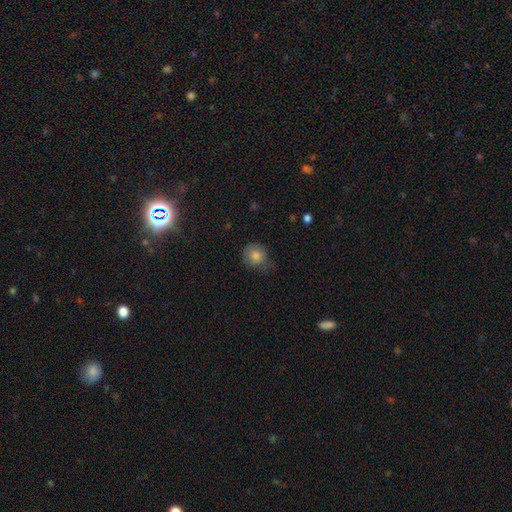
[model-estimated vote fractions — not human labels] The model was most divided on "merging": none: 65%, minor disturbance: 25%, major disturbance: 8%, merger: 1%. More confident: how rounded — round (84%); smooth or featured — smooth (76%).